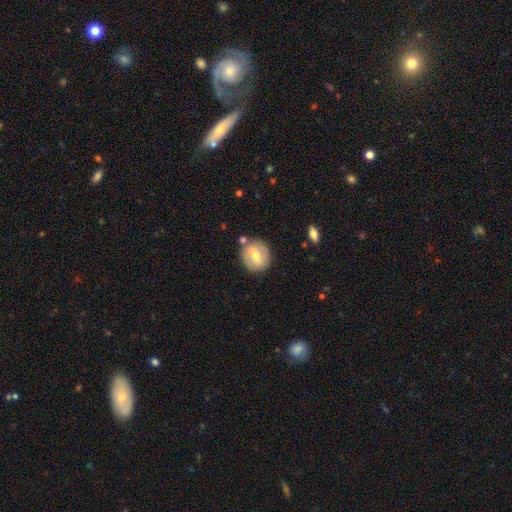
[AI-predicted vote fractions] smooth_or_featured: smooth (p=0.48) [alt: featured or disk p=0.45]
merging: none (p=0.77) [alt: minor disturbance p=0.12]